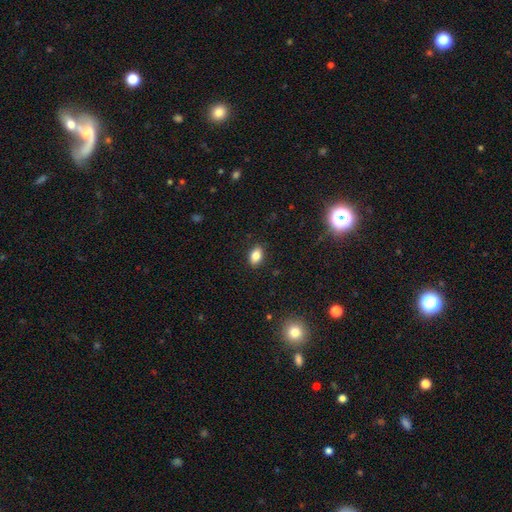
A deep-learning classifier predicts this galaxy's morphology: A smooth galaxy with no disk features (83%) that is in between round and cigar-shaped (85%).

Vote fractions:
- Smooth or featured? smooth: 83% / star or artifact: 9% / featured or disk: 8%
- How rounded? in between: 85% / round: 12% / cigar-shaped: 2%
- Merging? none: 88% / minor disturbance: 9% / major disturbance: 2% / merger: 1%